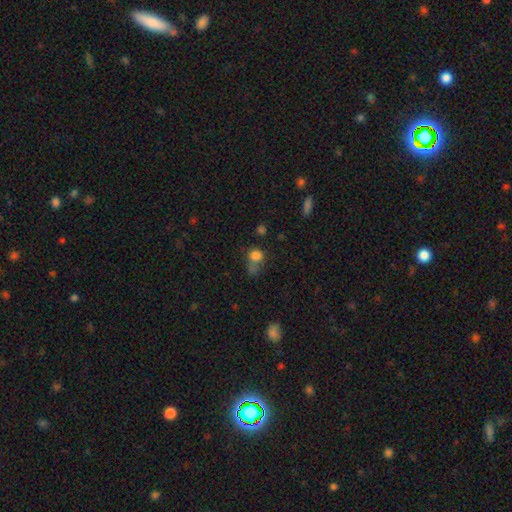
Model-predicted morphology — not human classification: Overall: smooth (77%). How rounded: round (73%). Merging: none (41%; merger 28%).